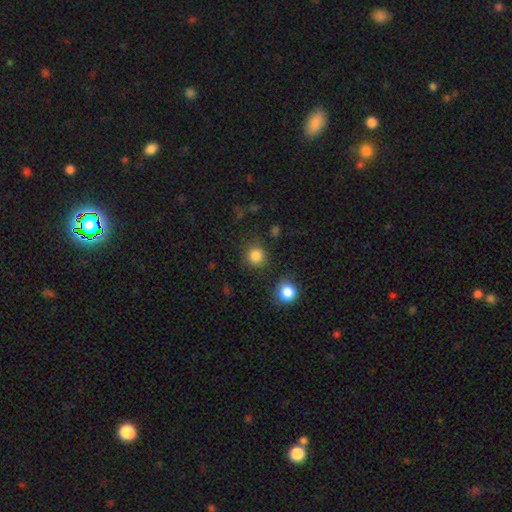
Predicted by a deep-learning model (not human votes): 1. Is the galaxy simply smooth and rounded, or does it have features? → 84% smooth, 12% star or artifact, 4% featured or disk.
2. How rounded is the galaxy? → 91% round, 8% in between, 1% cigar-shaped.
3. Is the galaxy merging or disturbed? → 83% none, 9% minor disturbance, 4% merger, 4% major disturbance.